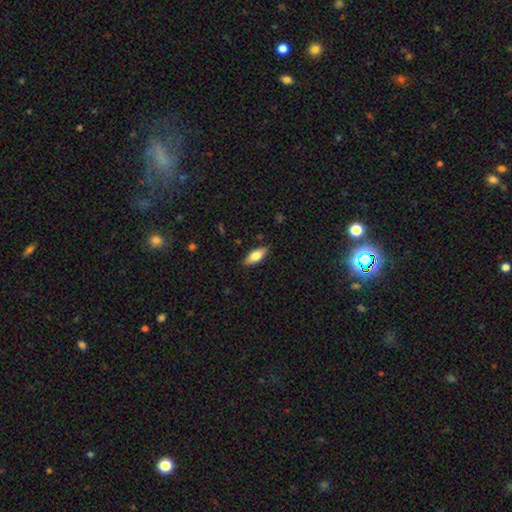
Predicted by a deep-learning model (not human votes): Overall: smooth (76%). How rounded: in between (78%). Merging: none (85%).